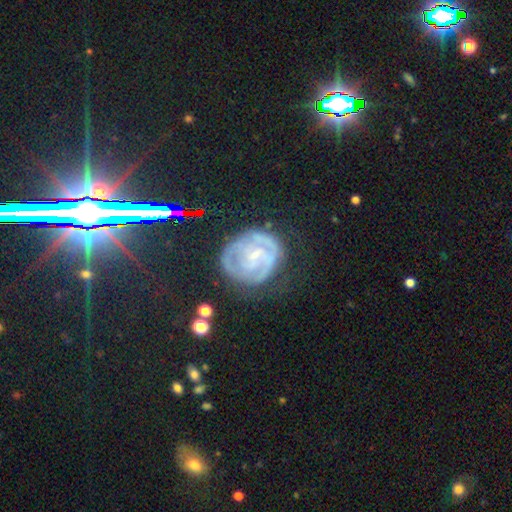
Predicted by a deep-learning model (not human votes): smooth_or_featured: featured or disk (p=0.76) [alt: smooth p=0.14]
disk_edge_on: no (p=0.97) [alt: yes p=0.03]
bar: no (p=0.53) [alt: weak p=0.36]
has_spiral_arms: yes (p=0.86) [alt: no p=0.14]
spiral_winding: tight (p=0.64) [alt: medium p=0.28]
spiral_arm_count: can't tell (p=0.36) [alt: 2 p=0.32]
bulge_size: small (p=0.77) [alt: moderate p=0.15]
merging: none (p=0.65) [alt: minor disturbance p=0.21]